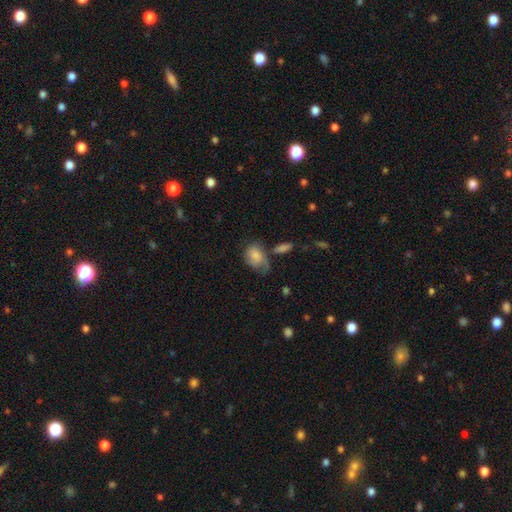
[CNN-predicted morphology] Smooth or featured?
  - smooth: 68% *
  - featured or disk: 24%
  - star or artifact: 8%
How rounded?
  - in between: 76% *
  - round: 22%
  - cigar-shaped: 1%
Merging?
  - none: 33% *
  - minor disturbance: 31%
  - major disturbance: 26%
  - merger: 10%